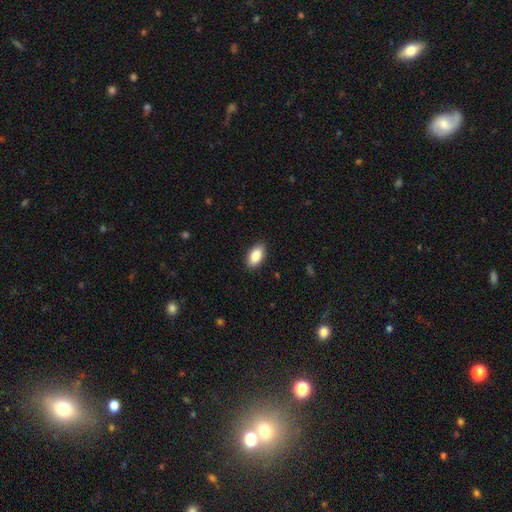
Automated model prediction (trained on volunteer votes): Smooth or featured? Predicted: smooth (p=0.87). How rounded? Predicted: in between (p=0.93). Merging? Predicted: none (p=0.89).